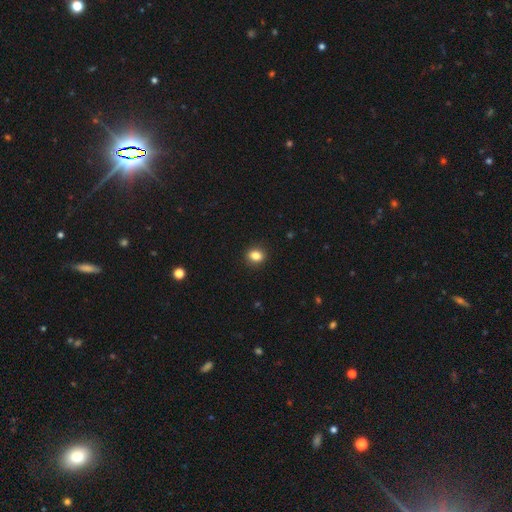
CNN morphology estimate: This appears to be a smooth galaxy with no disk features (84%) that is round (52%). Merging: none (91%).